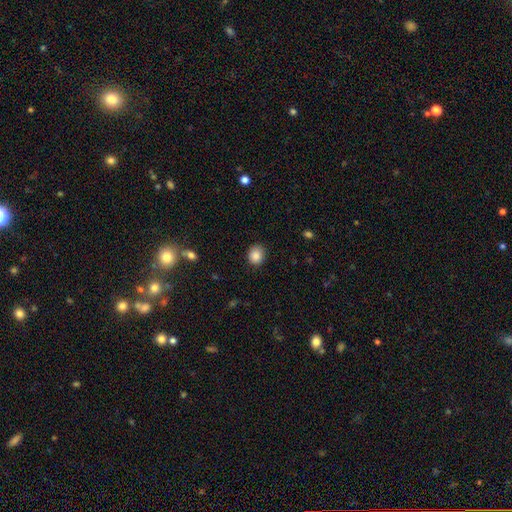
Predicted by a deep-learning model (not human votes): Smooth or featured? smooth (87%)
How rounded? round (67%)
Merging? none (86%)